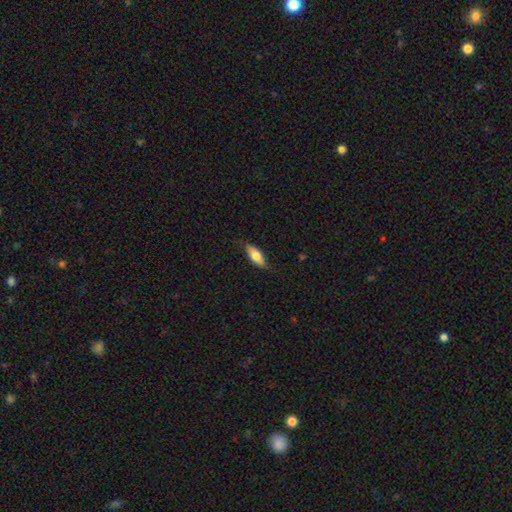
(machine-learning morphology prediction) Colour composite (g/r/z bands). It shows a smooth galaxy with no disk features (69%) that is in between round and cigar-shaped (68%). Merging: none (77%).